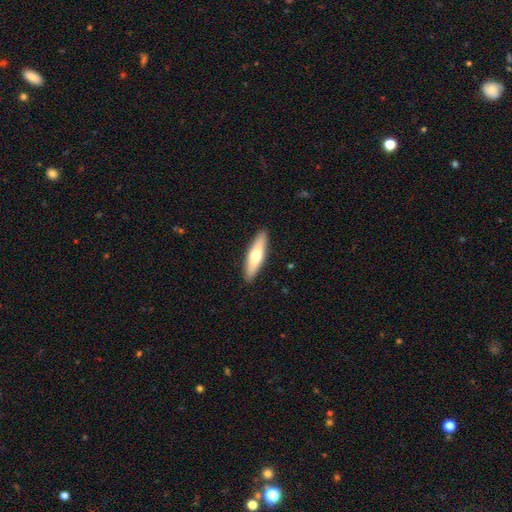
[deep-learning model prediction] Smooth or featured?
  - smooth: 61% *
  - featured or disk: 34%
  - star or artifact: 5%
How rounded?
  - cigar-shaped: 67% *
  - in between: 32%
  - round: 2%
Merging?
  - none: 90% *
  - minor disturbance: 7%
  - major disturbance: 2%
  - merger: 1%